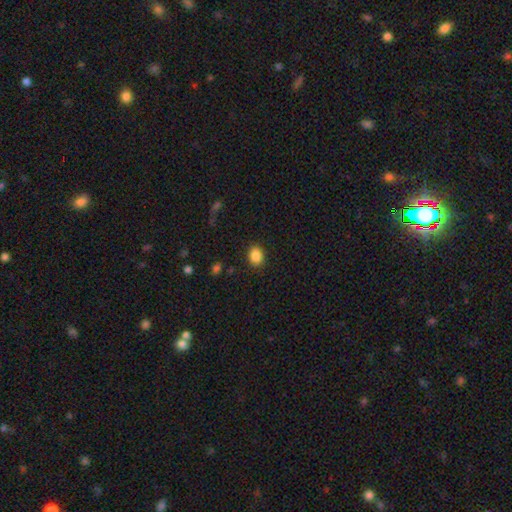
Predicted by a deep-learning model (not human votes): This appears to be a smooth galaxy with no disk features (87%) that is in between round and cigar-shaped (61%). Merging: none (88%).